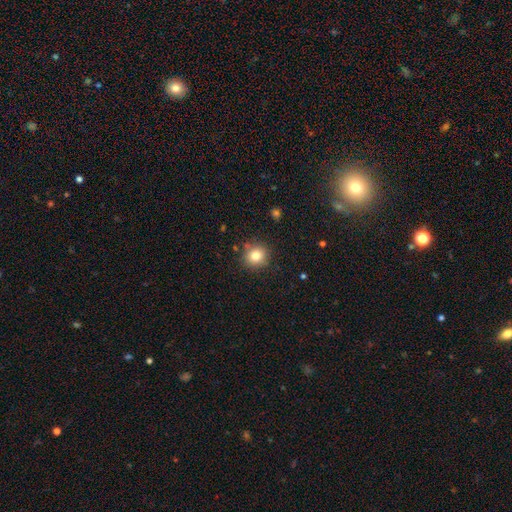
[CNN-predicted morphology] Smooth or featured: smooth — 81% (star or artifact — 11%)
How rounded: round — 89% (in between — 10%)
Merging: none — 87% (minor disturbance — 9%)